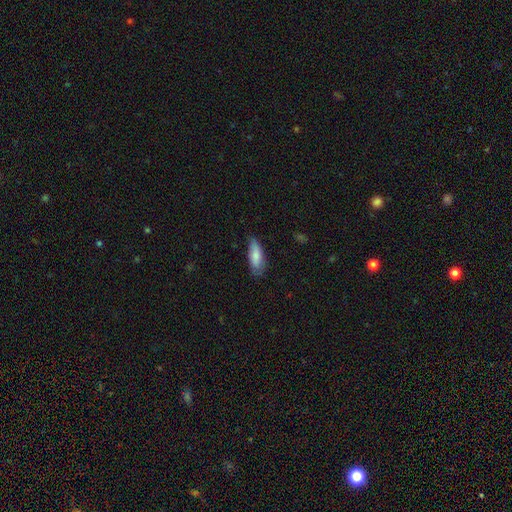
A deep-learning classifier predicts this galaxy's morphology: A smooth galaxy with no disk features (79%) that is in between round and cigar-shaped (72%). Merging: none (67%).